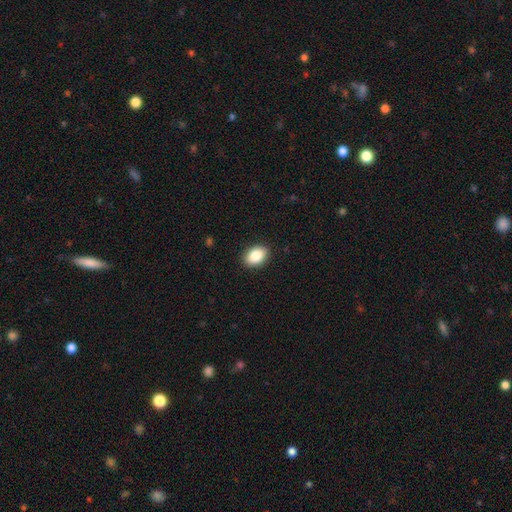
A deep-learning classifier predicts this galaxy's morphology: smooth_or_featured: smooth (p=0.87) [alt: star or artifact p=0.07]
how_rounded: in between (p=0.84) [alt: round p=0.15]
merging: none (p=0.90) [alt: minor disturbance p=0.08]